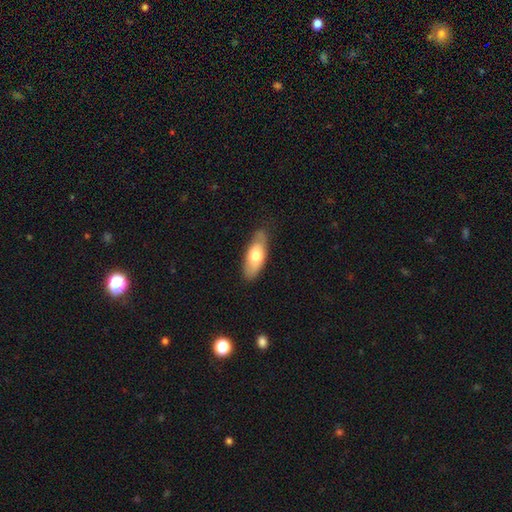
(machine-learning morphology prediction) Q: Smooth or featured?
A: smooth (68%); runner-up: featured or disk (26%)
Q: How rounded?
A: in between (77%); runner-up: cigar-shaped (21%)
Q: Merging?
A: none (76%); runner-up: minor disturbance (19%)